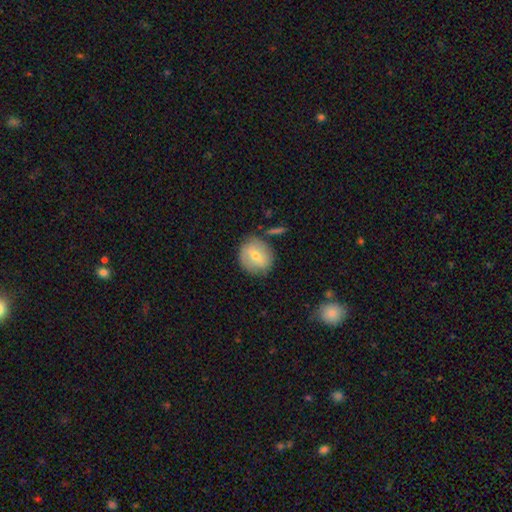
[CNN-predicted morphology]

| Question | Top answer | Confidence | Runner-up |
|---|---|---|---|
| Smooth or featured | smooth | 58% | featured or disk (34%) |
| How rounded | round | 78% | in between (21%) |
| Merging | none | 76% | minor disturbance (16%) |